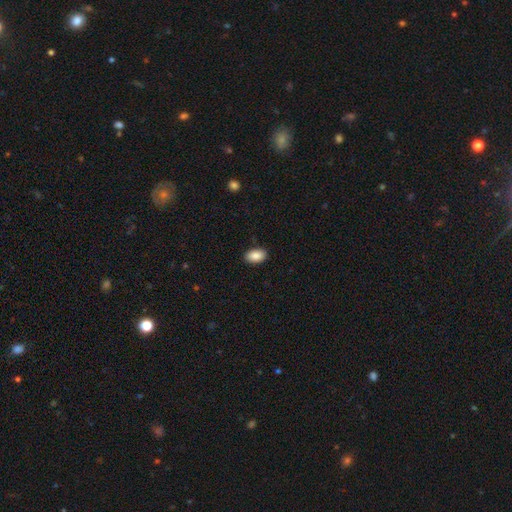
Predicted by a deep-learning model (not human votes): Smooth or featured: smooth — 89% (star or artifact — 7%)
How rounded: in between — 93% (round — 6%)
Merging: none — 88% (minor disturbance — 9%)